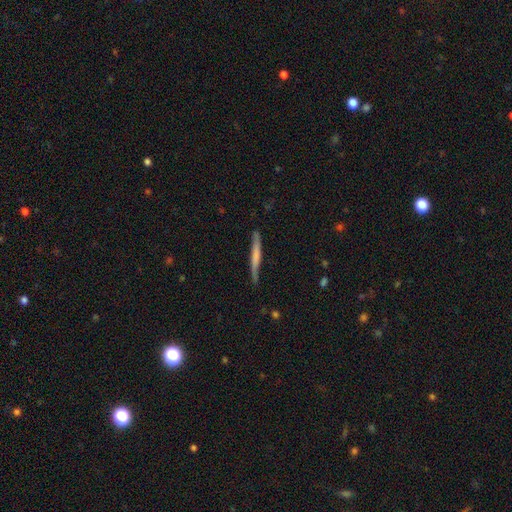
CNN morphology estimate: Smooth or featured? Predicted: smooth (p=0.52). How rounded? Predicted: cigar-shaped (p=0.96). Merging? Predicted: none (p=0.78).